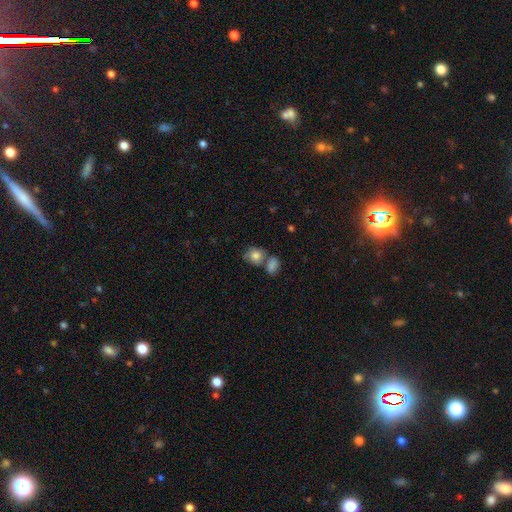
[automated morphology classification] smooth_or_featured: smooth (p=0.78) [alt: featured or disk p=0.13]
how_rounded: round (p=0.63) [alt: in between p=0.36]
merging: none (p=0.42) [alt: merger p=0.36]